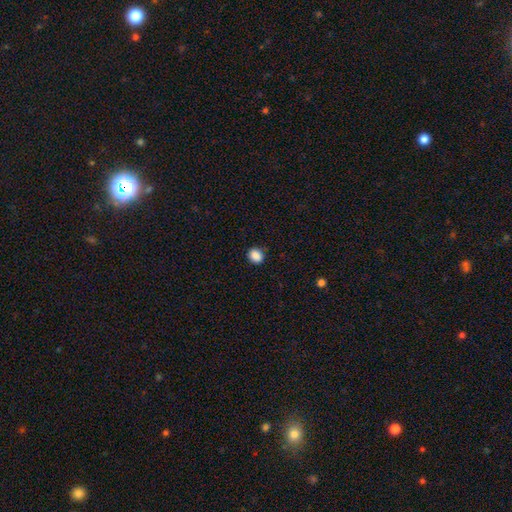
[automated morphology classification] Q: Smooth or featured?
A: smooth (88%); runner-up: star or artifact (10%)
Q: How rounded?
A: round (63%); runner-up: in between (36%)
Q: Merging?
A: none (86%); runner-up: minor disturbance (10%)